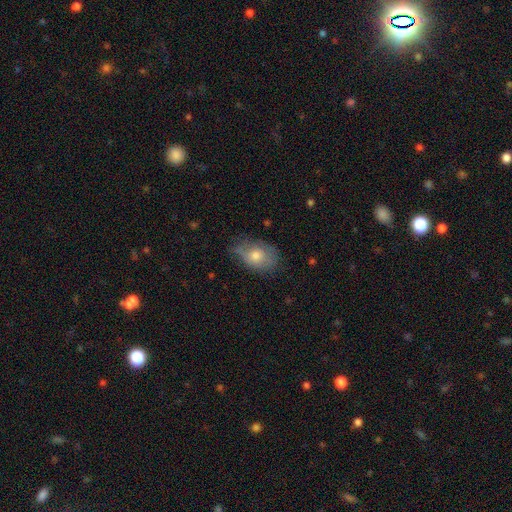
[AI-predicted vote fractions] Smooth or featured? smooth (66%)
How rounded? in between (78%)
Merging? none (53%)